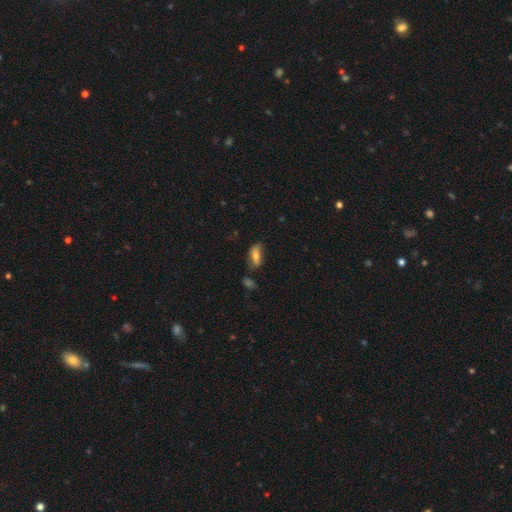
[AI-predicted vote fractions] smooth-or-featured: smooth: 64% | featured or disk: 28% | star or artifact: 9%
  how-rounded: in between: 77% | cigar-shaped: 19% | round: 4%
  merging: none: 62% | minor disturbance: 24% | major disturbance: 8% | merger: 6%